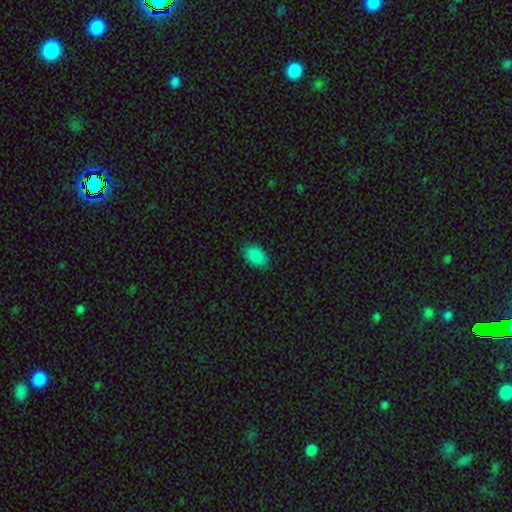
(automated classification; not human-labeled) A smooth galaxy with no disk features (89%) that is in between round and cigar-shaped (87%).

Vote fractions:
- Smooth or featured? smooth: 89% / star or artifact: 8% / featured or disk: 3%
- How rounded? in between: 87% / round: 11% / cigar-shaped: 1%
- Merging? none: 85% / minor disturbance: 11% / major disturbance: 2% / merger: 1%